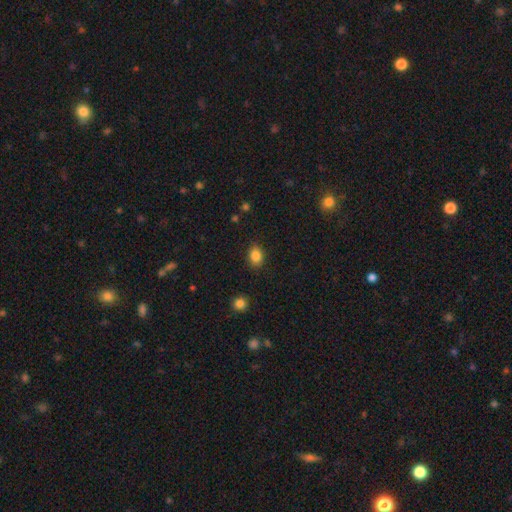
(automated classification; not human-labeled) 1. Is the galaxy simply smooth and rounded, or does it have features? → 86% smooth, 10% star or artifact, 5% featured or disk.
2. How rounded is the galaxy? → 66% in between, 33% round, 1% cigar-shaped.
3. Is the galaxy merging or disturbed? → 87% none, 9% minor disturbance, 2% major disturbance, 1% merger.